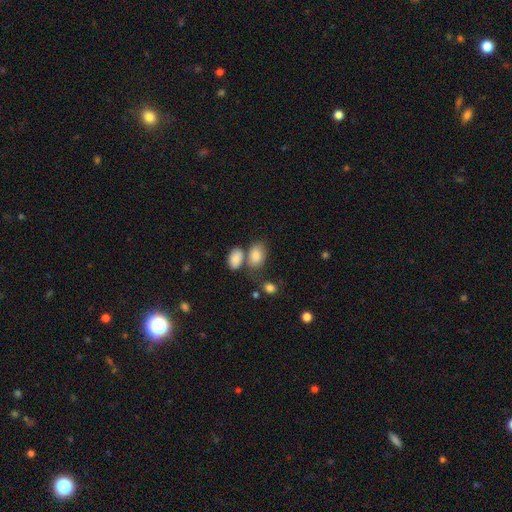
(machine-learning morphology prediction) Smooth or featured?
  - smooth: 83% *
  - featured or disk: 9%
  - star or artifact: 8%
How rounded?
  - in between: 86% *
  - round: 13%
  - cigar-shaped: 1%
Merging?
  - none: 46% *
  - merger: 33%
  - minor disturbance: 15%
  - major disturbance: 6%